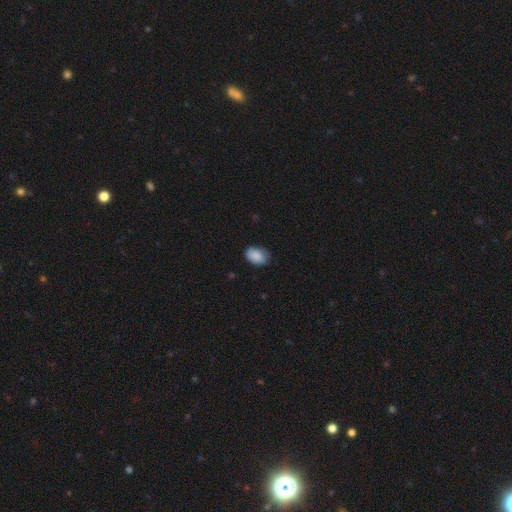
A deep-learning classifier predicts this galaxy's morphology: Smooth or featured? Predicted: smooth (p=0.88). How rounded? Predicted: in between (p=0.83). Merging? Predicted: none (p=0.77).